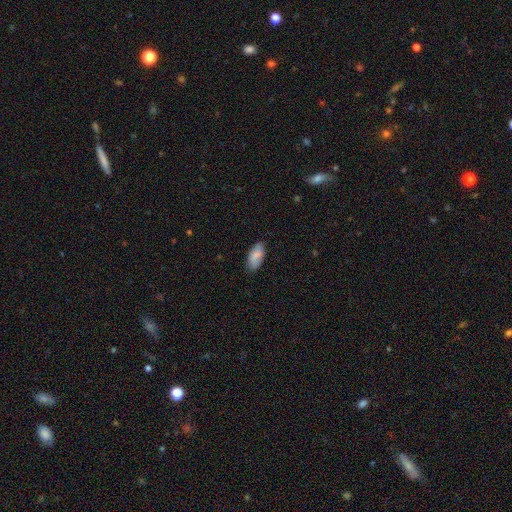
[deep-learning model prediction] Overall: smooth (81%). How rounded: in between (92%). Merging: none (80%).